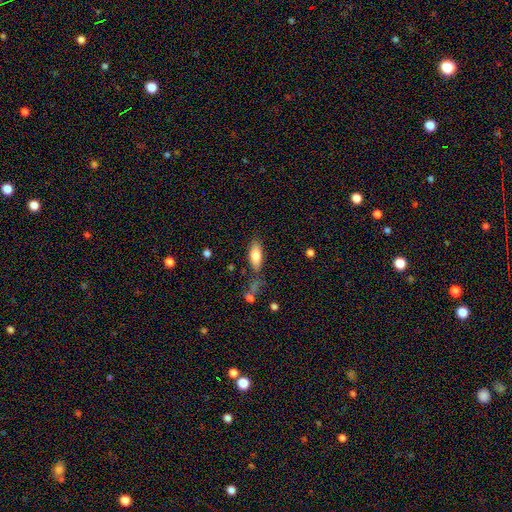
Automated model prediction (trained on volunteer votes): A smooth galaxy with no disk features (77%) that is in between round and cigar-shaped (74%).

Vote fractions:
- Smooth or featured? smooth: 77% / featured or disk: 17% / star or artifact: 7%
- How rounded? in between: 74% / cigar-shaped: 24% / round: 2%
- Merging? none: 71% / minor disturbance: 17% / merger: 6% / major disturbance: 6%